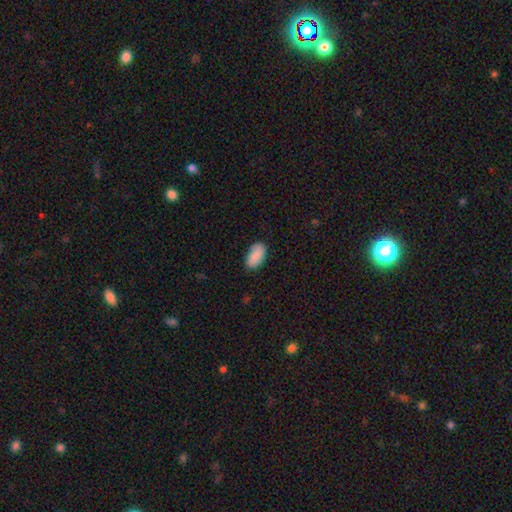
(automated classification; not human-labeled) The model was most divided on "merging": none: 82%, minor disturbance: 14%, major disturbance: 3%, merger: 1%. More confident: how rounded — in between (94%); smooth or featured — smooth (88%).